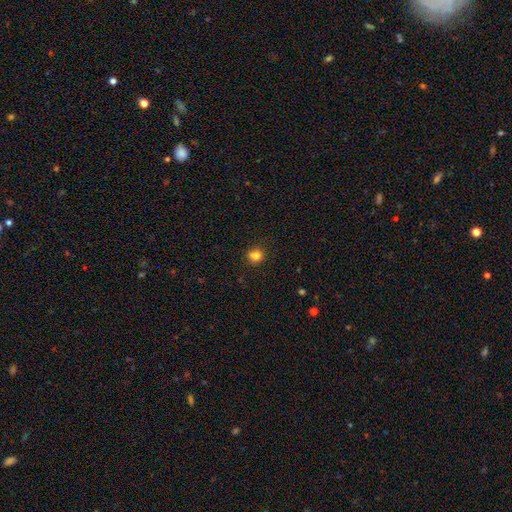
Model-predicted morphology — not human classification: Smooth or featured? Predicted: smooth (p=0.81). How rounded? Predicted: round (p=0.81). Merging? Predicted: none (p=0.81).